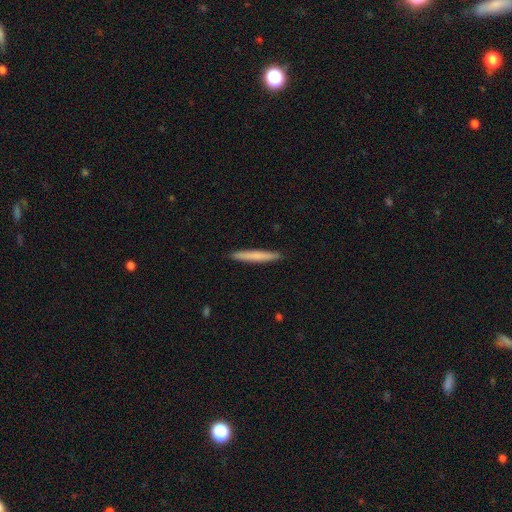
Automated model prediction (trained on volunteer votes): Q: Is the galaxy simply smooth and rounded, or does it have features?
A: smooth — 73%.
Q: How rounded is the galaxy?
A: cigar-shaped — 97%.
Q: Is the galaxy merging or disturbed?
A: none — 93%.